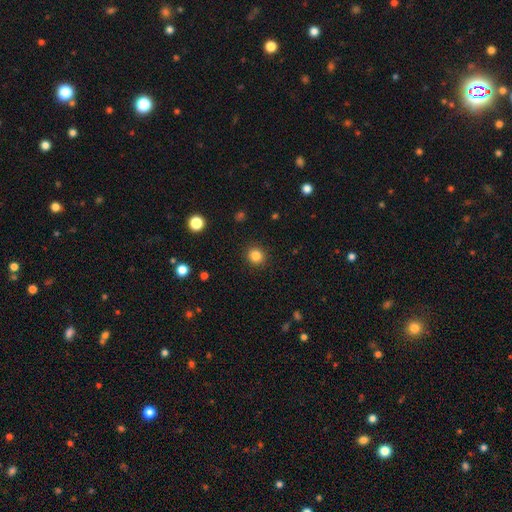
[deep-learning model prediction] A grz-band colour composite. It shows a smooth galaxy with no disk features (84%) that is round (89%). Merging: none (92%).